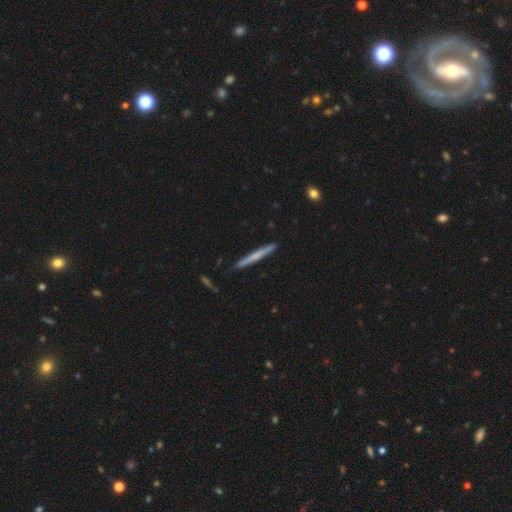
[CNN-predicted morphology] A smooth galaxy with no disk features (54%) that is cigar-shaped (97%).

Vote fractions:
- Smooth or featured? smooth: 54% / featured or disk: 41% / star or artifact: 6%
- How rounded? cigar-shaped: 97% / in between: 2% / round: 1%
- Merging? none: 89% / minor disturbance: 8% / merger: 1% / major disturbance: 1%